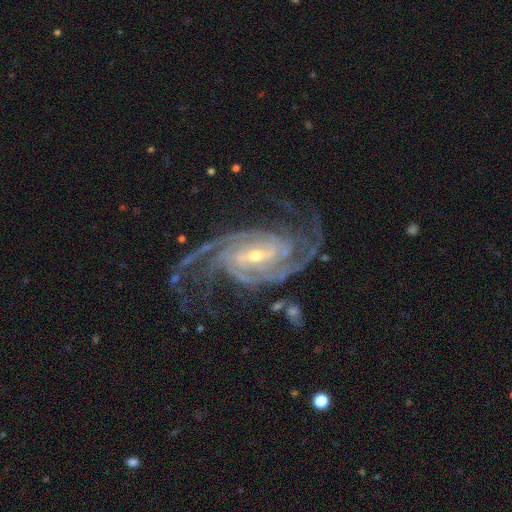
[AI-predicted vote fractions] Overall: featured or disk (94%). Edge-on disk: no (97%). Bar: strong (40%, tied with weak). Spiral arms: yes (99%). Spiral arm count: 2 (36%; 3 25%). Spiral winding: medium (47%; tight 43%). Bulge size: small (66%; moderate 30%). Merging: none (68%).